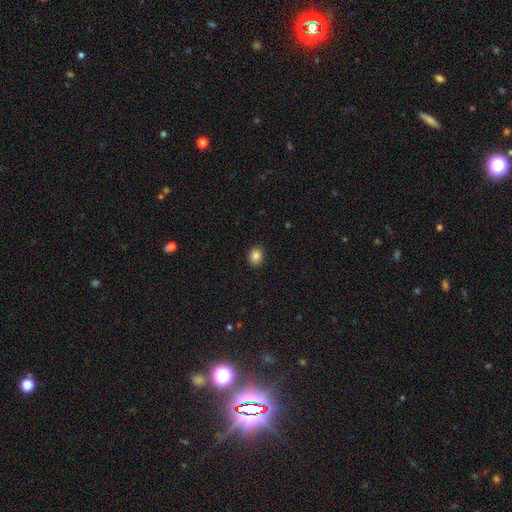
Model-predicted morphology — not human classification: Q: Smooth or featured?
A: smooth (86%); runner-up: star or artifact (10%)
Q: How rounded?
A: round (52%); runner-up: in between (47%)
Q: Merging?
A: none (90%); runner-up: minor disturbance (7%)